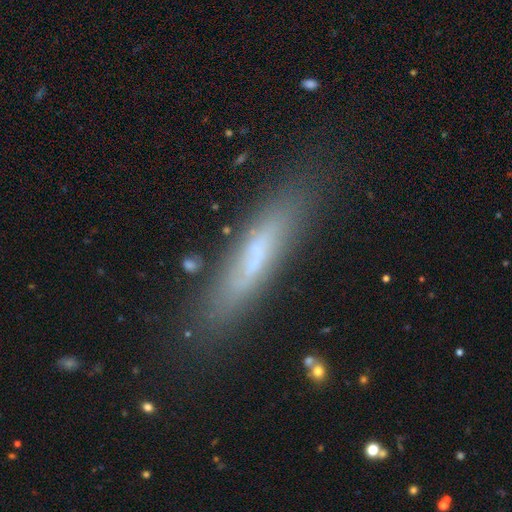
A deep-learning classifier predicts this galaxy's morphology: smooth_or_featured: smooth (p=0.48) [alt: featured or disk p=0.42]
merging: none (p=0.81) [alt: minor disturbance p=0.13]